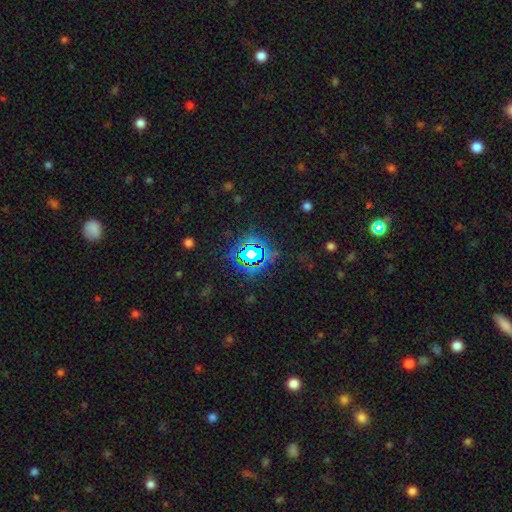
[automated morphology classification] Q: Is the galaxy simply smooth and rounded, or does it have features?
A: star or artifact — 74%.